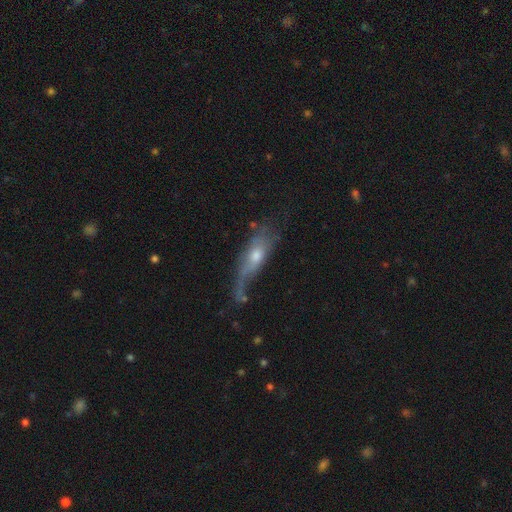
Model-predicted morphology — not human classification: A featured or disk galaxy (51%).

Vote fractions:
- Smooth or featured? featured or disk: 51% / smooth: 42% / star or artifact: 8%
- Edge-on disk? no: 66% / yes: 34%
- Merging? major disturbance: 38% / none: 30% / minor disturbance: 25% / merger: 8%